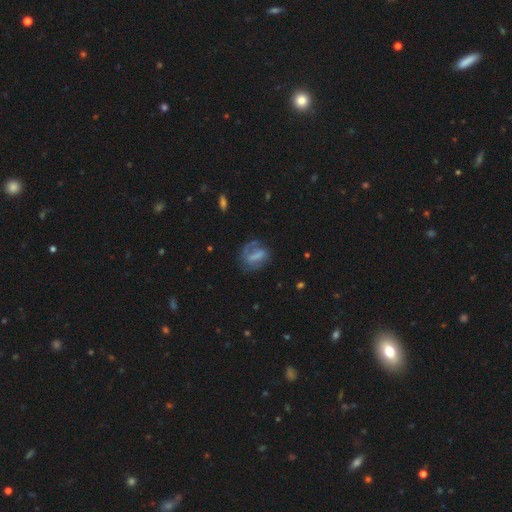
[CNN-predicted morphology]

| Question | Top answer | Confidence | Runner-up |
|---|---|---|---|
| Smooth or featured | featured or disk | 48% | smooth (42%) |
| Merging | none | 45% | major disturbance (29%) |